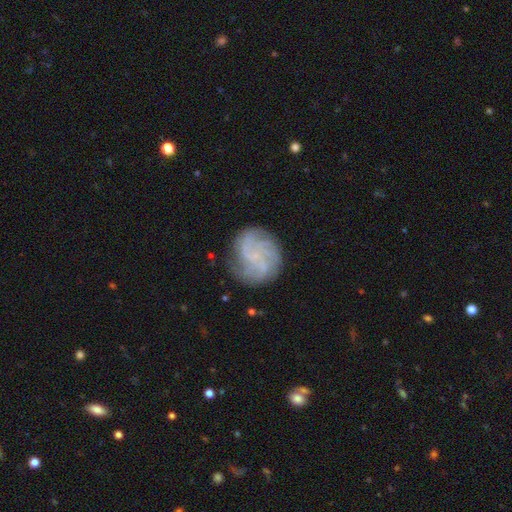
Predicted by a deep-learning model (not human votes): Overall: featured or disk (69%). Edge-on disk: no (98%). Bar: no (70%). Spiral arms: yes (88%). Spiral arm count: can't tell (32%; 4 27%). Spiral winding: tight (42%; medium 36%). Bulge size: small (49%; none 42%). Merging: none (73%).